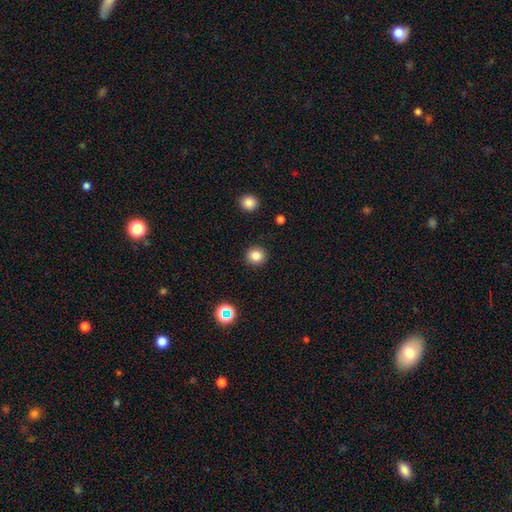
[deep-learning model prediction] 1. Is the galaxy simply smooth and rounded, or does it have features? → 82% smooth, 12% star or artifact, 5% featured or disk.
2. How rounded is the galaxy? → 91% round, 8% in between, 1% cigar-shaped.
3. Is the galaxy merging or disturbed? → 91% none, 5% minor disturbance, 2% major disturbance, 1% merger.